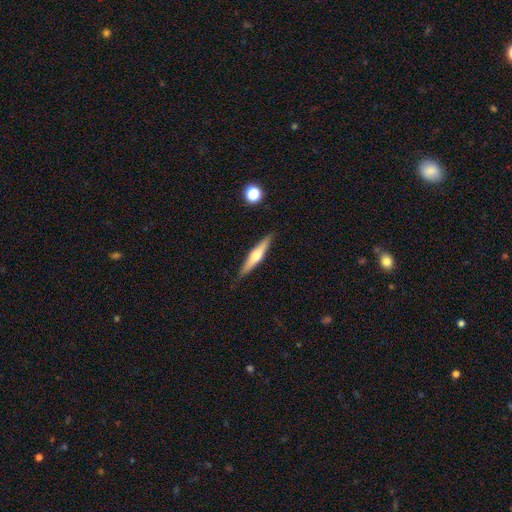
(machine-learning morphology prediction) smooth-or-featured: featured or disk: 58% | smooth: 37% | star or artifact: 6%
  disk-edge-on: yes: 96% | no: 4%
    edge-on-bulge: rounded: 88% | none: 7% | boxy: 5%
  merging: none: 88% | minor disturbance: 9% | major disturbance: 2% | merger: 1%